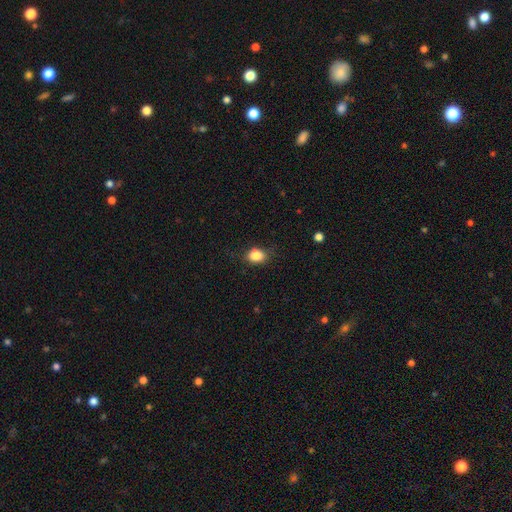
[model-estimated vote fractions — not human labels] Smooth or featured? Predicted: smooth (p=0.85). How rounded? Predicted: in between (p=0.57). Merging? Predicted: none (p=0.78).